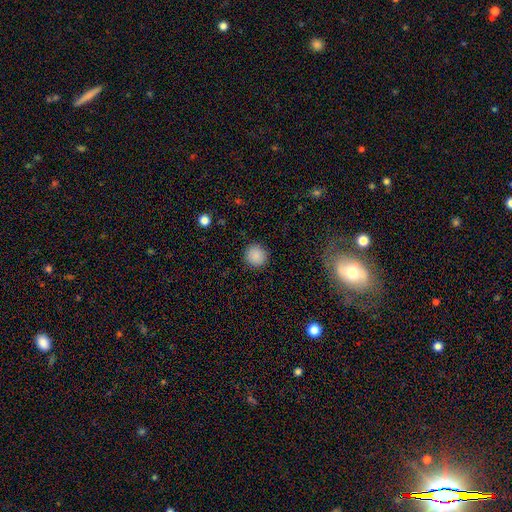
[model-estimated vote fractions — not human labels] Morphology: type=smooth (87%); roundness=round (93%); merging=none (91%).